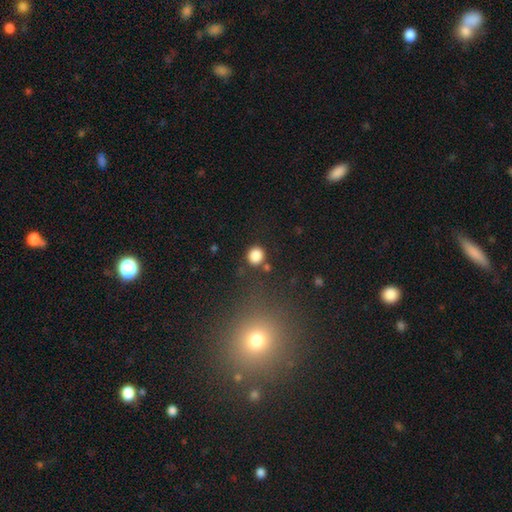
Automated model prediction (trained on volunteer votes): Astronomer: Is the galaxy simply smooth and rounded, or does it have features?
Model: smooth — 85%.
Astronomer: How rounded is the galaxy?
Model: round — 88%.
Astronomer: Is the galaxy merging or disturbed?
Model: none — 83%.